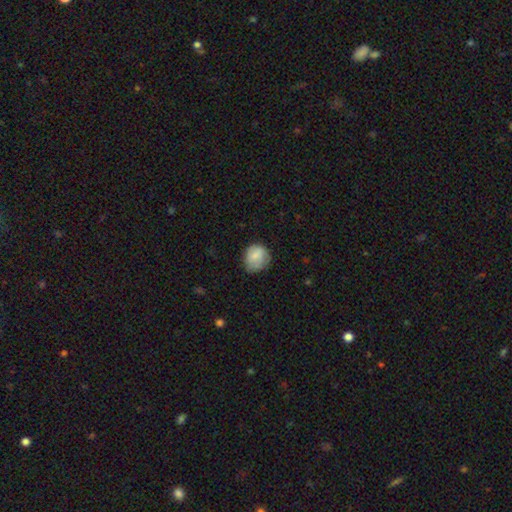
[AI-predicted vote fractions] Smooth or featured? Predicted: smooth (p=0.78). How rounded? Predicted: round (p=0.73). Merging? Predicted: none (p=0.59).